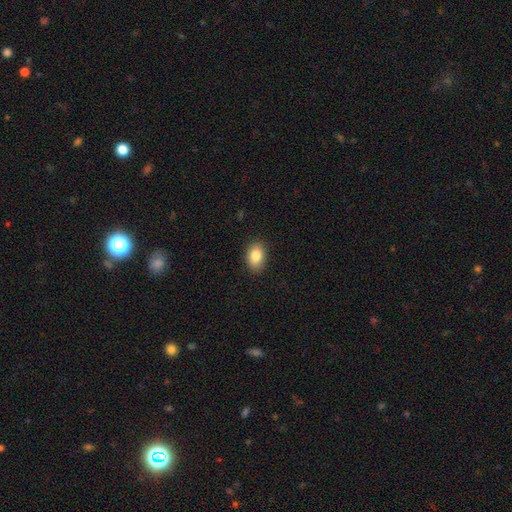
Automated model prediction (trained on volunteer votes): smooth-or-featured: smooth: 85% | star or artifact: 8% | featured or disk: 7%
  how-rounded: in between: 82% | round: 17% | cigar-shaped: 1%
  merging: none: 89% | minor disturbance: 9% | major disturbance: 2% | merger: 1%